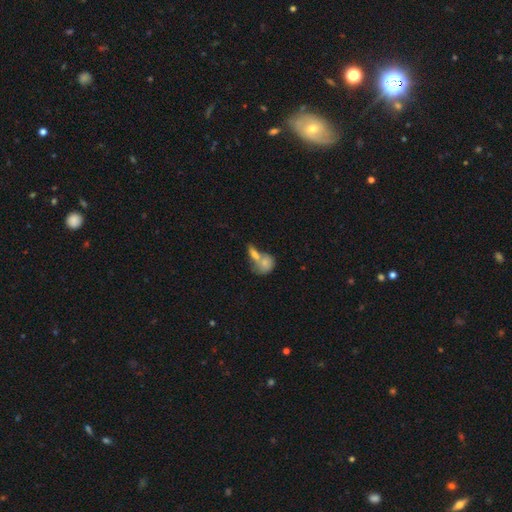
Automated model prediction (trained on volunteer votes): This appears to be a smooth galaxy with no disk features (62%) that is in between round and cigar-shaped (59%). Merging: merger (60%).